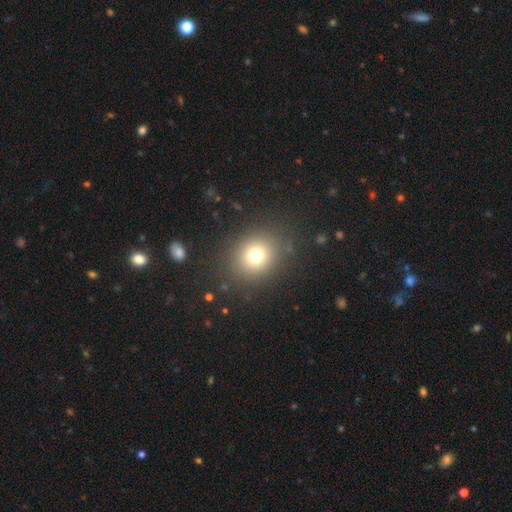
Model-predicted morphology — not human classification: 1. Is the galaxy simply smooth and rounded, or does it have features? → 73% smooth, 16% star or artifact, 11% featured or disk.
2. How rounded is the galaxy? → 75% round, 24% in between, 1% cigar-shaped.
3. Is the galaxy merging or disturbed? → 84% none, 9% minor disturbance, 5% major disturbance, 2% merger.